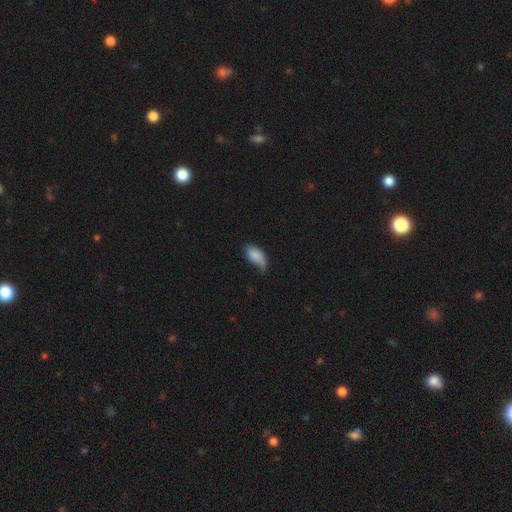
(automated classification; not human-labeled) Smooth or featured? Predicted: smooth (p=0.84). How rounded? Predicted: in between (p=0.93). Merging? Predicted: minor disturbance (p=0.42).